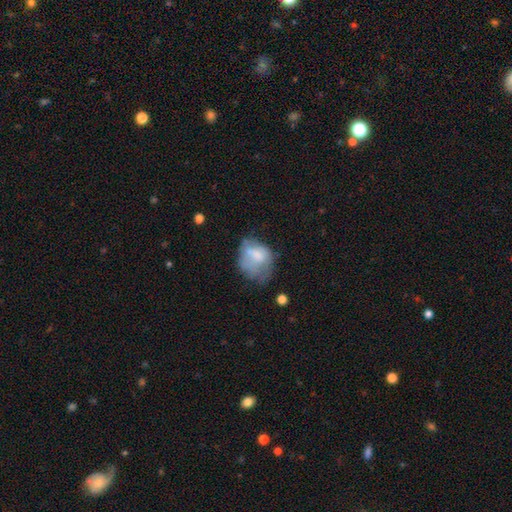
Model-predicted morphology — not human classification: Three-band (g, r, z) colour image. It shows a smooth galaxy with no disk features (60%) that is in between round and cigar-shaped (57%). Merging: minor disturbance (32%).